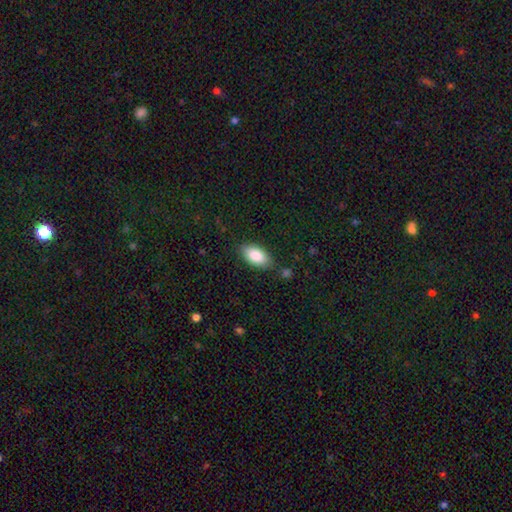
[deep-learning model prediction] A smooth galaxy with no disk features (86%) that is in between round and cigar-shaped (94%).

Vote fractions:
- Smooth or featured? smooth: 86% / featured or disk: 8% / star or artifact: 6%
- How rounded? in between: 94% / round: 3% / cigar-shaped: 3%
- Merging? none: 80% / minor disturbance: 14% / major disturbance: 3% / merger: 3%